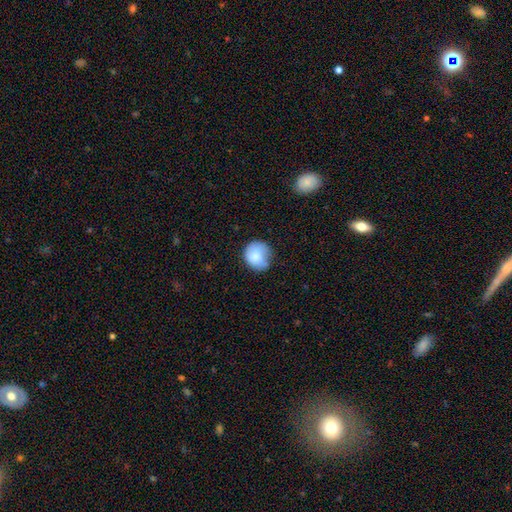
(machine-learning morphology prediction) Overall: smooth (80%). How rounded: round (79%). Merging: none (56%; minor disturbance 33%).